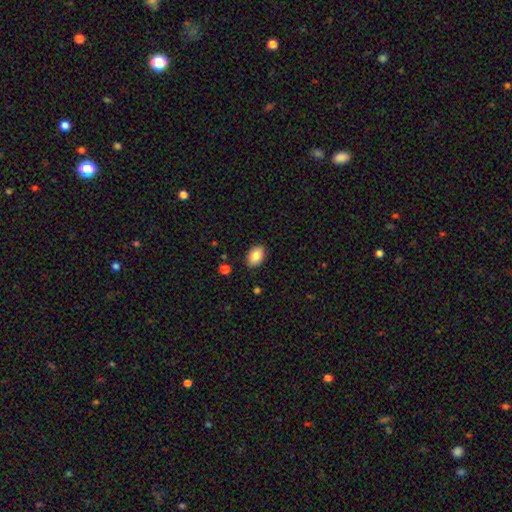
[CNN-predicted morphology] Smooth or featured? Predicted: smooth (p=0.86). How rounded? Predicted: in between (p=0.88). Merging? Predicted: none (p=0.88).